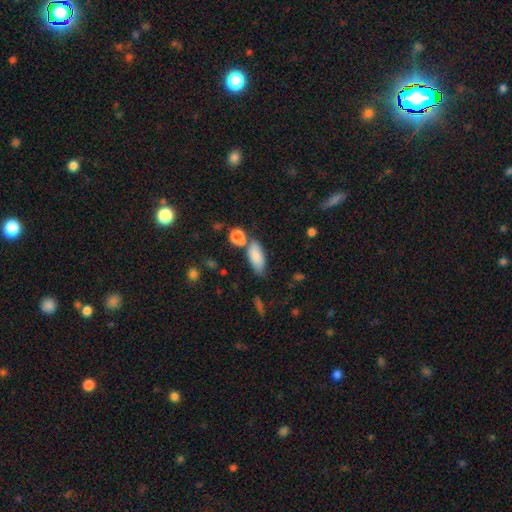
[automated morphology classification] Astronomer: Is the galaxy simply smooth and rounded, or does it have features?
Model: smooth — 83%.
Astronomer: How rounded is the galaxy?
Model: in between — 81%.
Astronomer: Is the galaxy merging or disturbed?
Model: none — 59%.